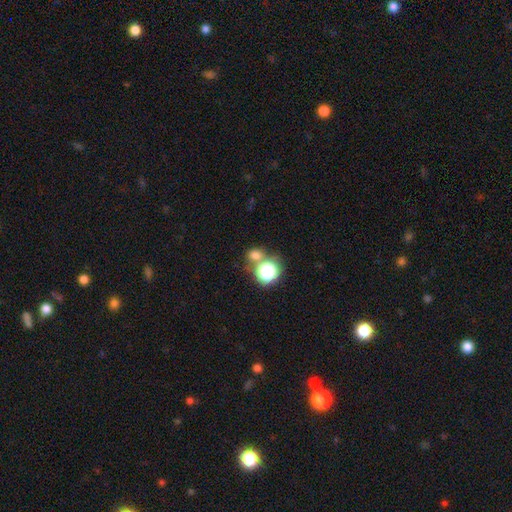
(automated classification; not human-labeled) Smooth or featured? smooth (67%)
How rounded? round (71%)
Merging? none (56%)